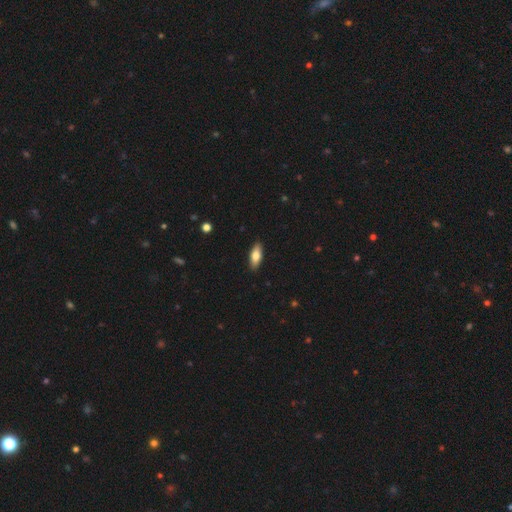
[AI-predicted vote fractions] smooth-or-featured: smooth: 74% | featured or disk: 20% | star or artifact: 6%
  how-rounded: in between: 75% | cigar-shaped: 23% | round: 2%
  merging: none: 90% | minor disturbance: 8% | major disturbance: 2% | merger: 1%